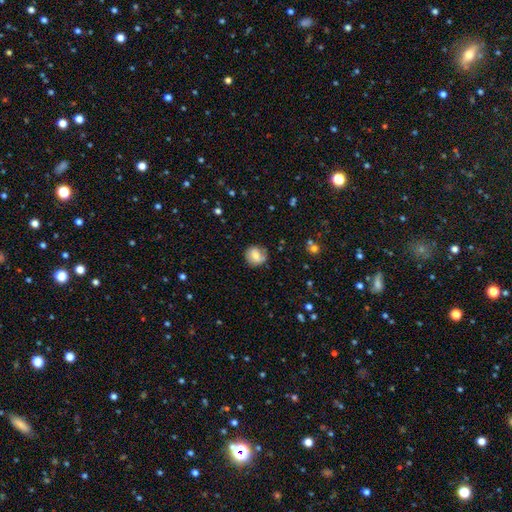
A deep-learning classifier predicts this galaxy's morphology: Smooth or featured? smooth (69%)
How rounded? round (85%)
Merging? none (77%)